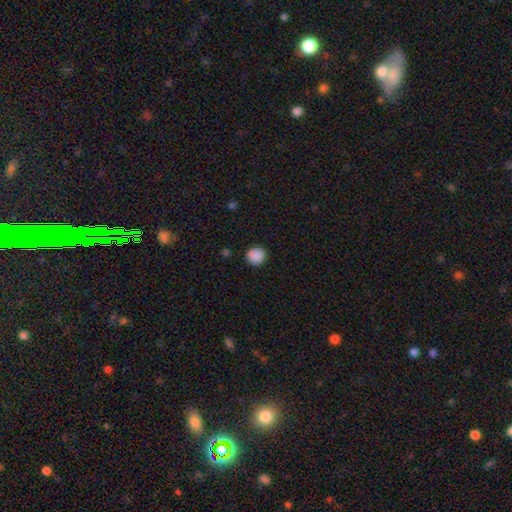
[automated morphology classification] smooth 89%, star or artifact 9%, featured or disk 2%. Down the decision tree: how rounded — round (92%); merging — none (90%).